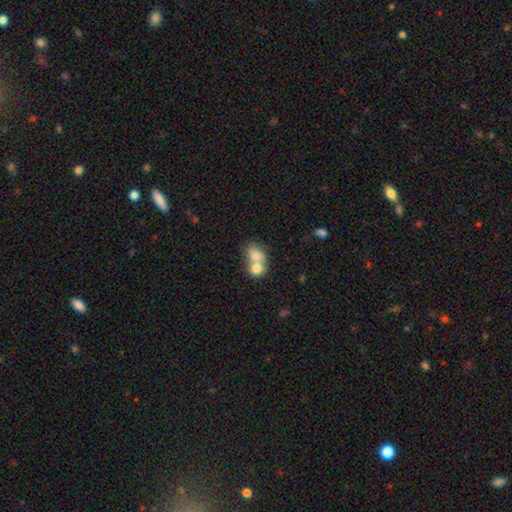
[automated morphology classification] type=smooth (73%); roundness=round (50%); merging=merger (72%).